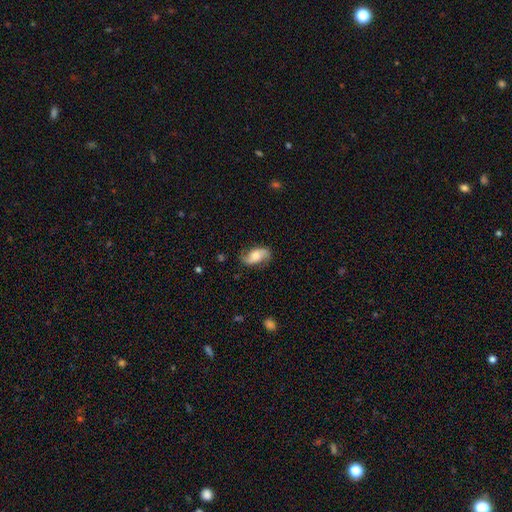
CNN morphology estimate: This is likely a featured or disk galaxy (69%). It is clearly not viewed edge-on (96%). Bar: possibly no (59%). Spiral arm pattern: clearly yes (94%). Spiral arm count: clearly 2 (91%). Spiral winding: possibly loose (53%). Central bulge: possibly moderate (47%). Merging: likely none (77%).